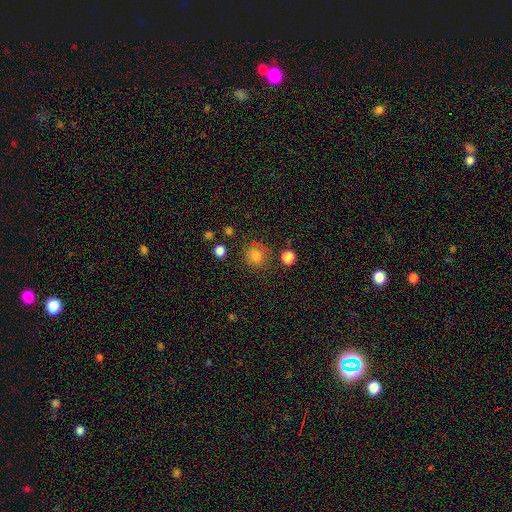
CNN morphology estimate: A smooth galaxy with no disk features (78%) that is round (89%). Merging: none (78%).